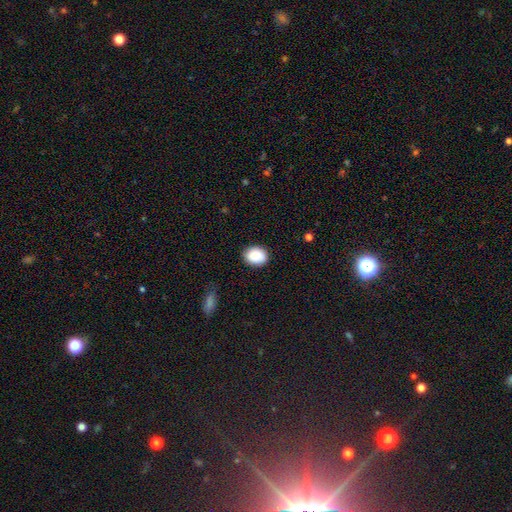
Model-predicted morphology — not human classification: smooth-or-featured: smooth: 89% | star or artifact: 7% | featured or disk: 3%
  how-rounded: in between: 60% | round: 39% | cigar-shaped: 1%
  merging: none: 86% | minor disturbance: 10% | major disturbance: 2% | merger: 1%